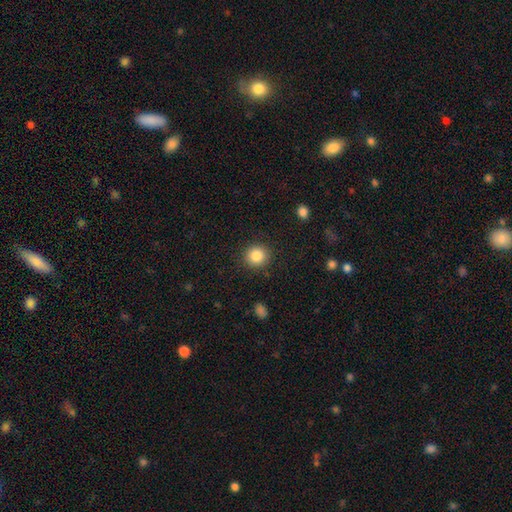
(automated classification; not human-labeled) This is clearly a smooth galaxy (86%). How rounded: clearly round (90%). Merging: clearly none (90%).